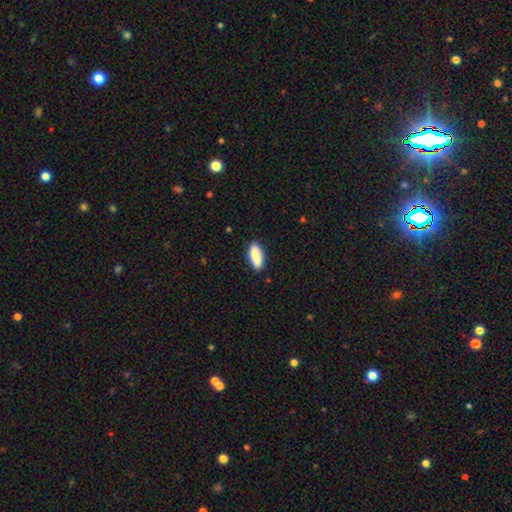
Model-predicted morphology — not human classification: Smooth or featured?
  - smooth: 88% *
  - star or artifact: 6%
  - featured or disk: 5%
How rounded?
  - in between: 76% *
  - cigar-shaped: 22%
  - round: 2%
Merging?
  - none: 85% *
  - minor disturbance: 12%
  - major disturbance: 2%
  - merger: 1%